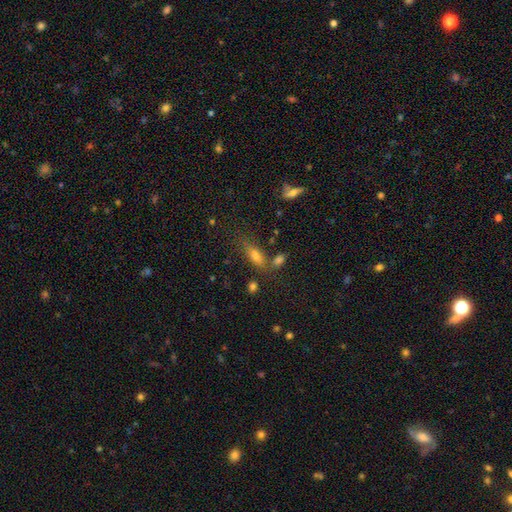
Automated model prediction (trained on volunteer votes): Q: Smooth or featured?
A: smooth (67%); runner-up: star or artifact (18%)
Q: How rounded?
A: in between (61%); runner-up: cigar-shaped (33%)
Q: Merging?
A: none (59%); runner-up: merger (17%)